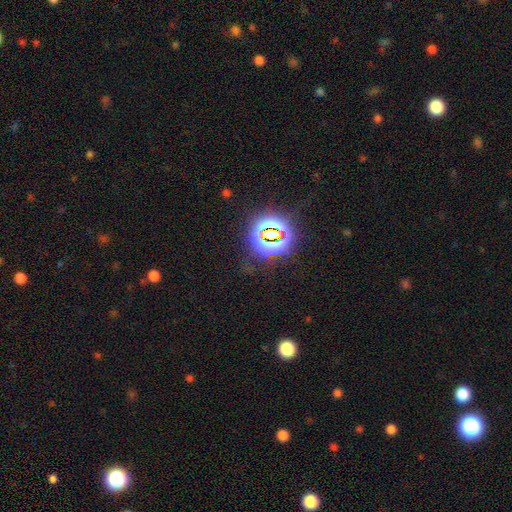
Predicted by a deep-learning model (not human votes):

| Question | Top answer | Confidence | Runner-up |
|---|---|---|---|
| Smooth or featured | star or artifact | 80% | smooth (13%) |